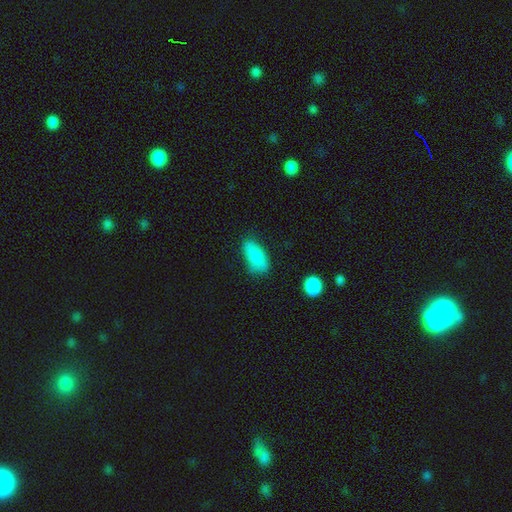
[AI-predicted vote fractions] Q: Smooth or featured?
A: smooth (82%); runner-up: featured or disk (11%)
Q: How rounded?
A: in between (90%); runner-up: cigar-shaped (6%)
Q: Merging?
A: none (68%); runner-up: minor disturbance (24%)